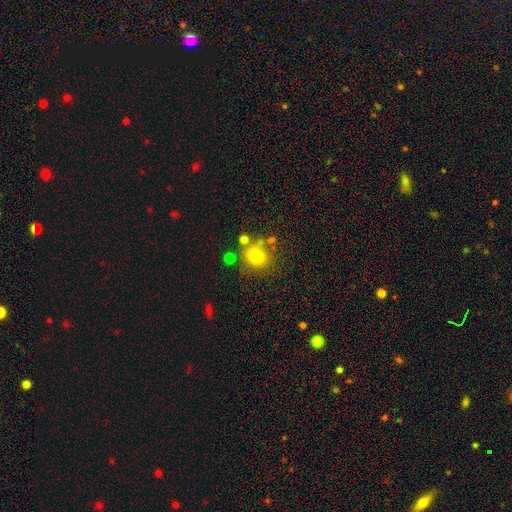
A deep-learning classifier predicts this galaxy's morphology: Smooth or featured? Predicted: smooth (p=0.75). How rounded? Predicted: round (p=0.80). Merging? Predicted: none (p=0.71).